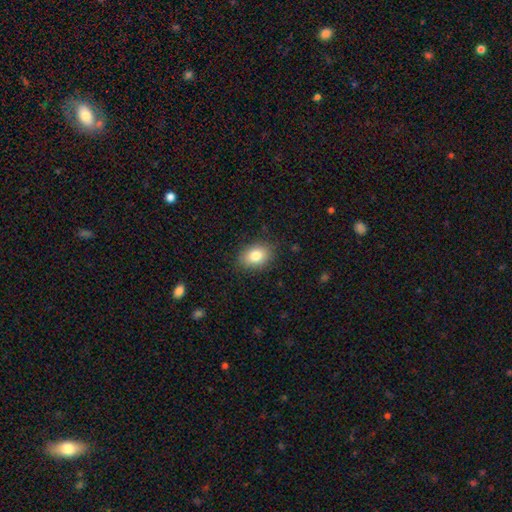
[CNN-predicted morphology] This is clearly a smooth galaxy (82%). How rounded: likely in between (76%). Merging: clearly none (85%).